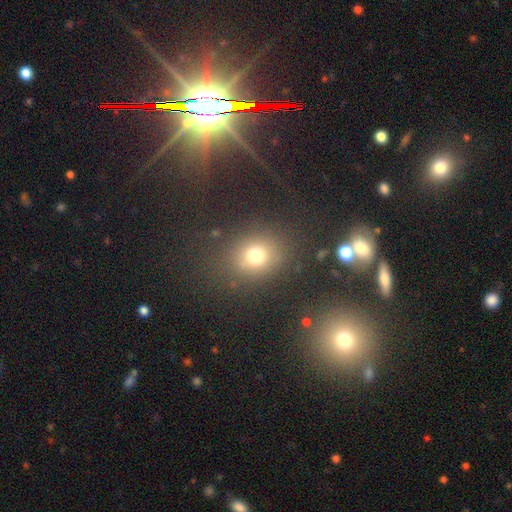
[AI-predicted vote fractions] smooth-or-featured: smooth: 74% | star or artifact: 17% | featured or disk: 9%
  how-rounded: round: 63% | in between: 35% | cigar-shaped: 2%
  merging: none: 79% | minor disturbance: 11% | major disturbance: 7% | merger: 4%